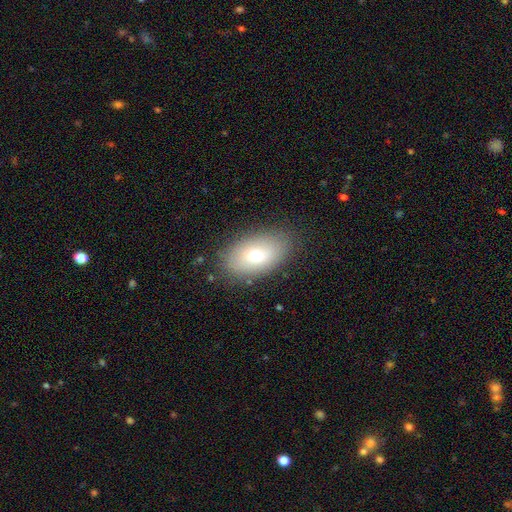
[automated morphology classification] A smooth galaxy with no disk features (71%) that is in between round and cigar-shaped (91%).

Vote fractions:
- Smooth or featured? smooth: 71% / featured or disk: 19% / star or artifact: 9%
- How rounded? in between: 91% / round: 7% / cigar-shaped: 2%
- Merging? none: 81% / minor disturbance: 13% / major disturbance: 4% / merger: 1%